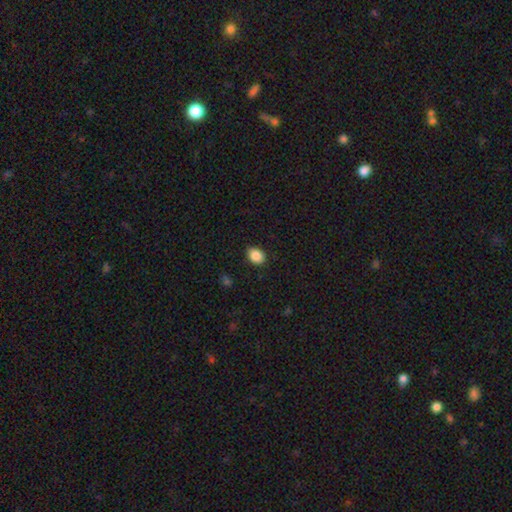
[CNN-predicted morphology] type=smooth (87%); roundness=in between (59%); merging=none (88%).